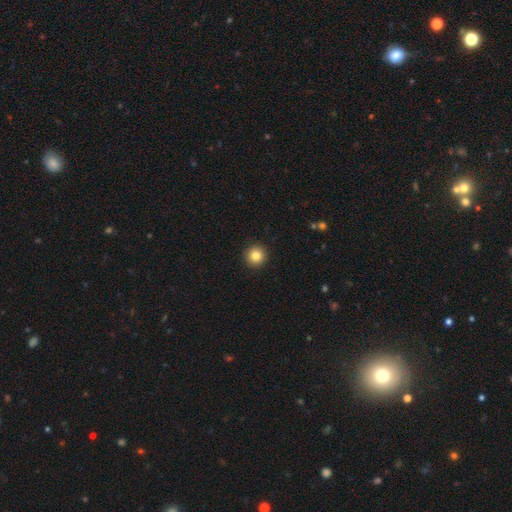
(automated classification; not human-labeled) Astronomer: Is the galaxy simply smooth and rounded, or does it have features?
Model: smooth — 83%.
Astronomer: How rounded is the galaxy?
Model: round — 95%.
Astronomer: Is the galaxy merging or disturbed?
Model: none — 93%.